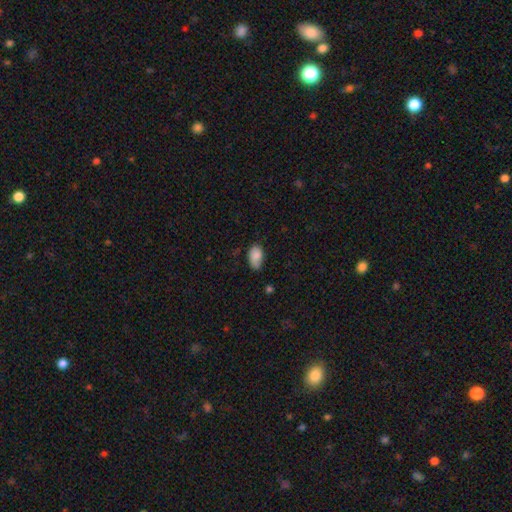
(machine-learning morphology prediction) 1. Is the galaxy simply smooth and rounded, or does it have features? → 84% smooth, 8% featured or disk, 8% star or artifact.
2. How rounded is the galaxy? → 92% in between, 6% round, 2% cigar-shaped.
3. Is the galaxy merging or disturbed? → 55% none, 36% minor disturbance, 7% major disturbance, 2% merger.